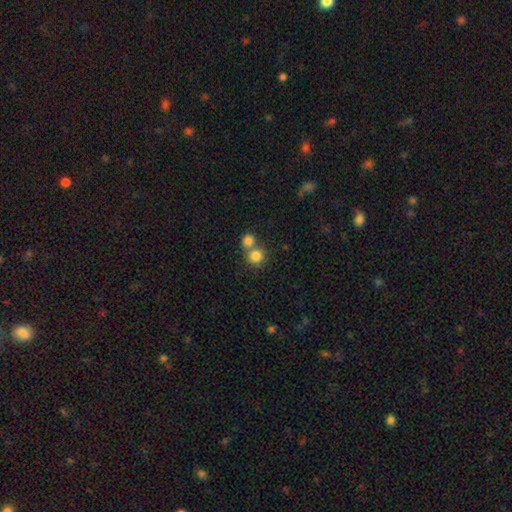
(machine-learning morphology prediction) This is clearly a smooth galaxy (82%). How rounded: clearly round (90%). Merging: possibly none (49%).